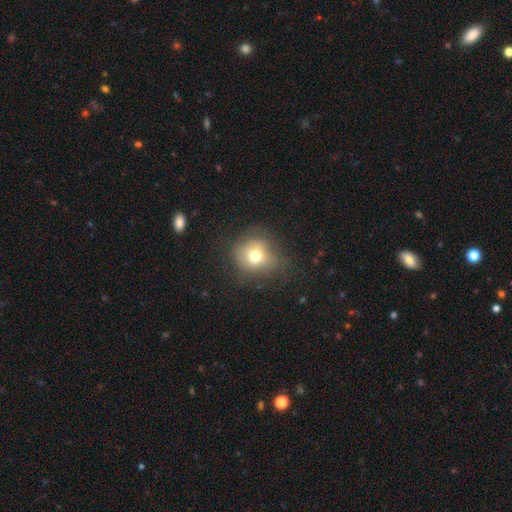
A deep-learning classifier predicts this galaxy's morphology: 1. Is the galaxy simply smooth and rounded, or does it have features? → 71% smooth, 15% featured or disk, 14% star or artifact.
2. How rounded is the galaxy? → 81% round, 18% in between, 1% cigar-shaped.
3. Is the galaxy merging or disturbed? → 70% none, 19% minor disturbance, 9% major disturbance, 2% merger.